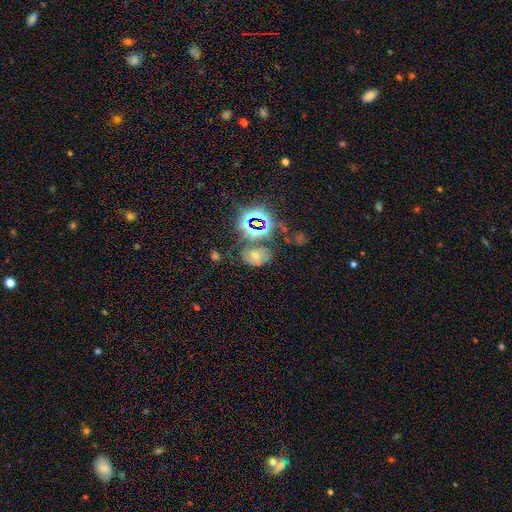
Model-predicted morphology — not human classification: Smooth or featured? star or artifact (57%)